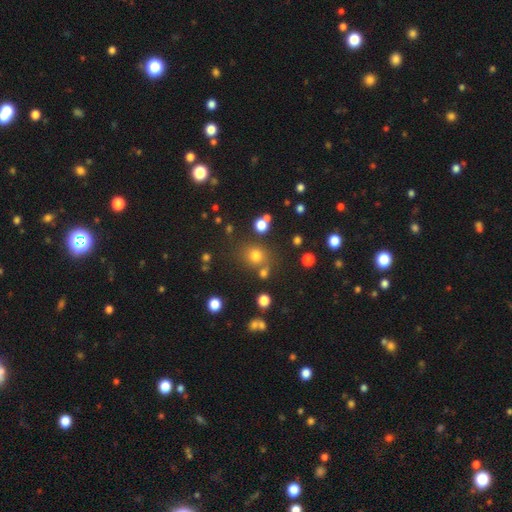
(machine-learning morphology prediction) Smooth or featured: smooth — 72% (star or artifact — 20%)
How rounded: round — 82% (in between — 17%)
Merging: none — 73% (merger — 13%)